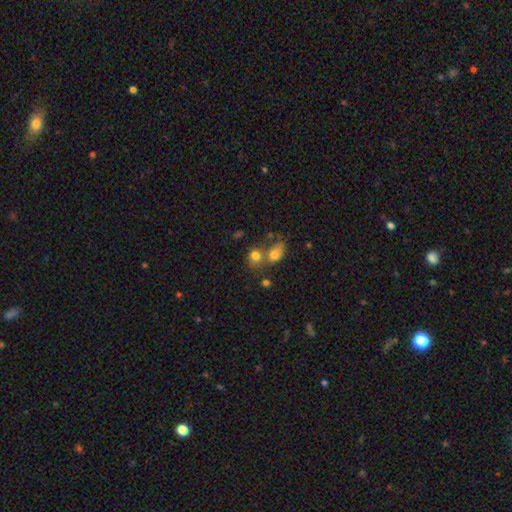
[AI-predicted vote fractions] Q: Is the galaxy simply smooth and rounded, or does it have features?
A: smooth — 77%.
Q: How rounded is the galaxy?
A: round — 66%.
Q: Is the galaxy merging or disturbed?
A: merger — 46%.